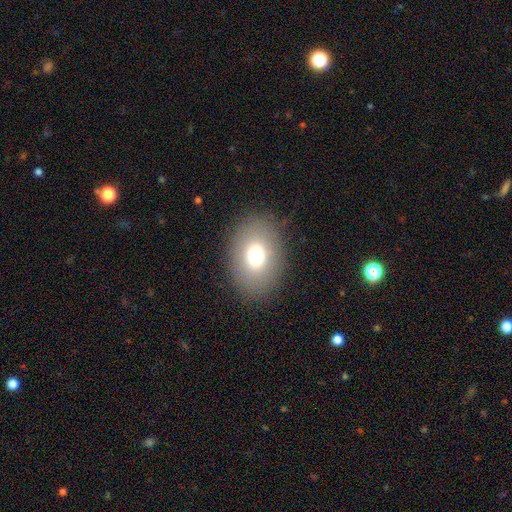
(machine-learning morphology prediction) A smooth galaxy with no disk features (74%) that is in between round and cigar-shaped (72%).

Vote fractions:
- Smooth or featured? smooth: 74% / featured or disk: 15% / star or artifact: 11%
- How rounded? in between: 72% / round: 27% / cigar-shaped: 1%
- Merging? none: 85% / minor disturbance: 10% / major disturbance: 5% / merger: 1%